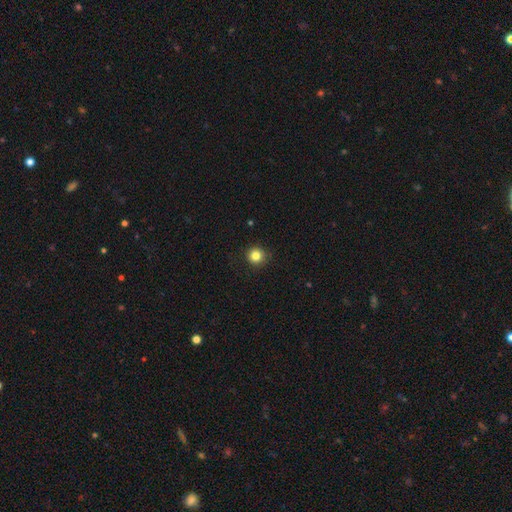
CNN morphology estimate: The model was most divided on "smooth or featured": smooth: 83%, star or artifact: 12%, featured or disk: 5%. More confident: how rounded — round (95%); merging — none (91%).